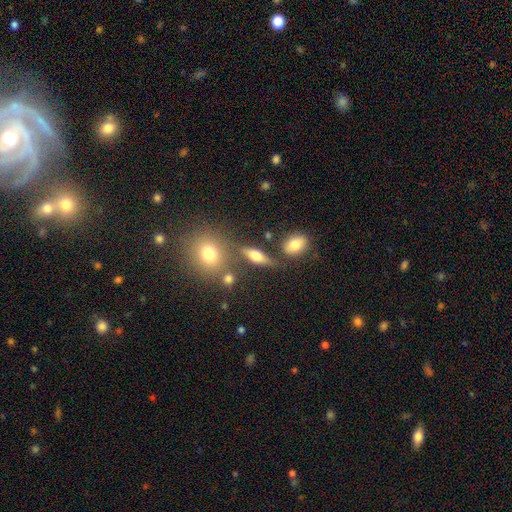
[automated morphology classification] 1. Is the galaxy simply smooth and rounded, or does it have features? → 56% smooth, 33% featured or disk, 11% star or artifact.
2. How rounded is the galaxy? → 57% in between, 31% cigar-shaped, 12% round.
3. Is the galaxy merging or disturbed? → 67% none, 15% minor disturbance, 11% merger, 6% major disturbance.